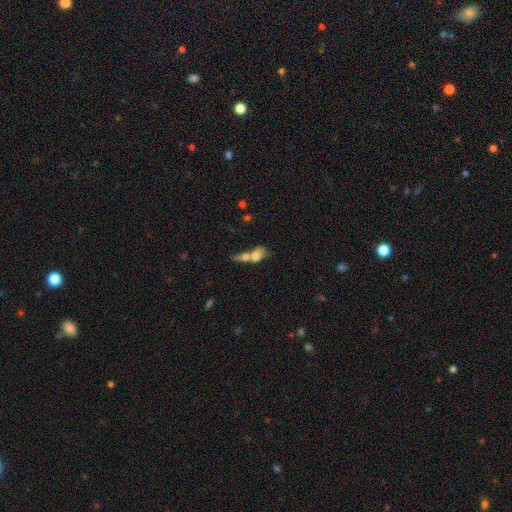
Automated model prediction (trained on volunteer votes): Q: Smooth or featured?
A: smooth (65%); runner-up: featured or disk (26%)
Q: How rounded?
A: in between (59%); runner-up: round (30%)
Q: Merging?
A: merger (74%); runner-up: none (12%)